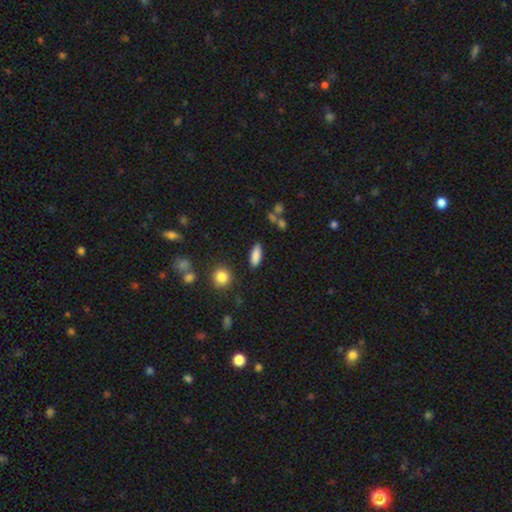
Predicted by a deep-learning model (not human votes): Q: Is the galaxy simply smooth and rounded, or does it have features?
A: smooth — 84%.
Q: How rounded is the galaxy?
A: in between — 66%.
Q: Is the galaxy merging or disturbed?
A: none — 84%.